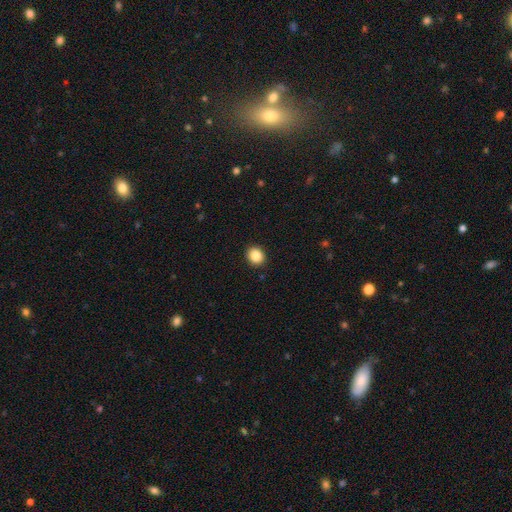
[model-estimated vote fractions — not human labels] Overall: smooth (86%). How rounded: round (76%). Merging: none (92%).